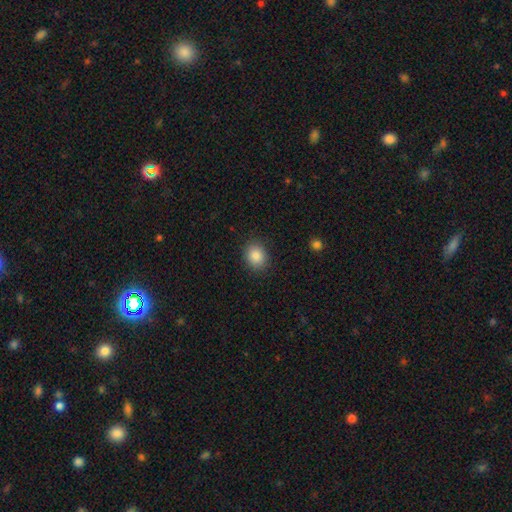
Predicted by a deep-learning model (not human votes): Smooth or featured? smooth (87%)
How rounded? round (60%)
Merging? none (88%)